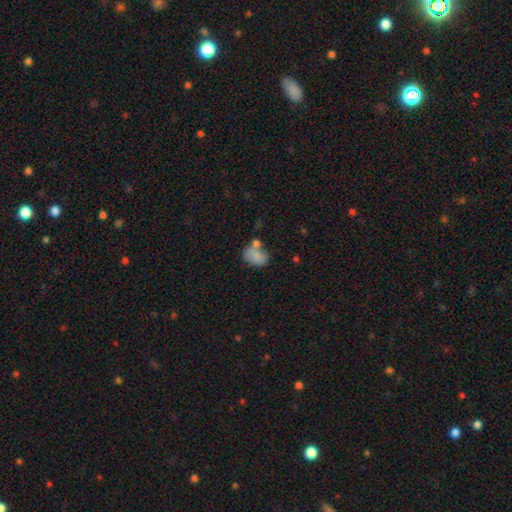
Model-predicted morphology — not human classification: Smooth or featured? Predicted: smooth (p=0.77). How rounded? Predicted: in between (p=0.70). Merging? Predicted: none (p=0.44).